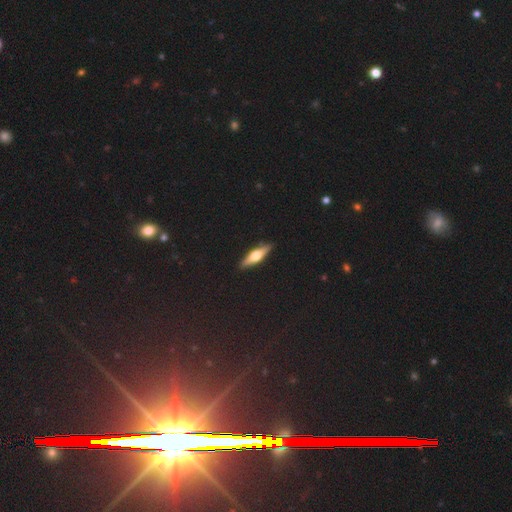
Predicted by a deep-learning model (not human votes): Overall: featured or disk (60%; smooth 34%). Edge-on disk: yes (94%). Edge-on bulge: rounded (94%). Merging: none (91%).